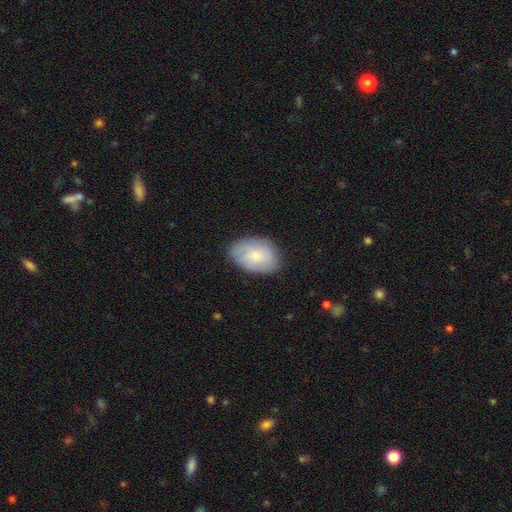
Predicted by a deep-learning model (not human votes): A smooth galaxy with no disk features (70%) that is in between round and cigar-shaped (86%). Merging: none (79%).